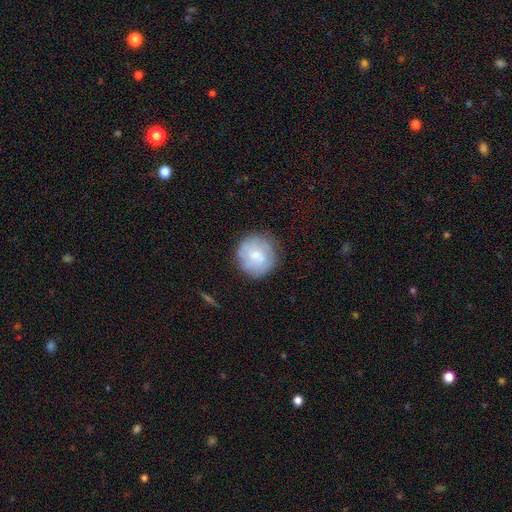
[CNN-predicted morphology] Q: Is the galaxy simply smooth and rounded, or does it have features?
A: smooth — 49%.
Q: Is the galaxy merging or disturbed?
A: none — 77%.